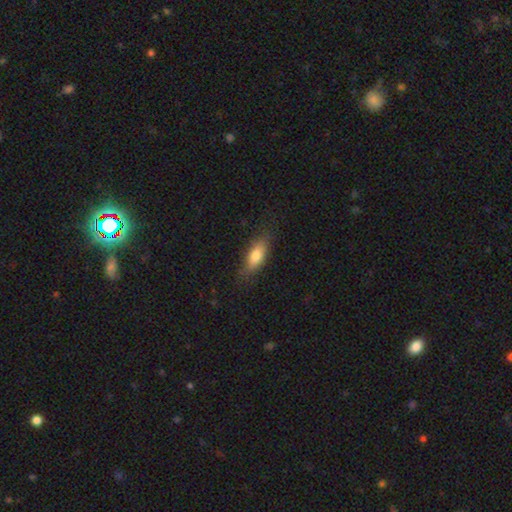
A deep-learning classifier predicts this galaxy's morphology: smooth_or_featured: smooth (p=0.75) [alt: featured or disk p=0.18]
how_rounded: in between (p=0.71) [alt: cigar-shaped p=0.26]
merging: none (p=0.78) [alt: minor disturbance p=0.16]